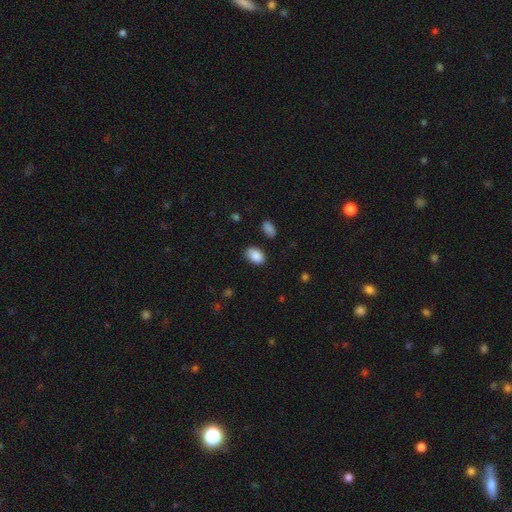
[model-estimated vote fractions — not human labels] smooth-or-featured: smooth: 89% | star or artifact: 7% | featured or disk: 4%
  how-rounded: in between: 89% | round: 10% | cigar-shaped: 1%
  merging: none: 81% | minor disturbance: 14% | major disturbance: 3% | merger: 2%